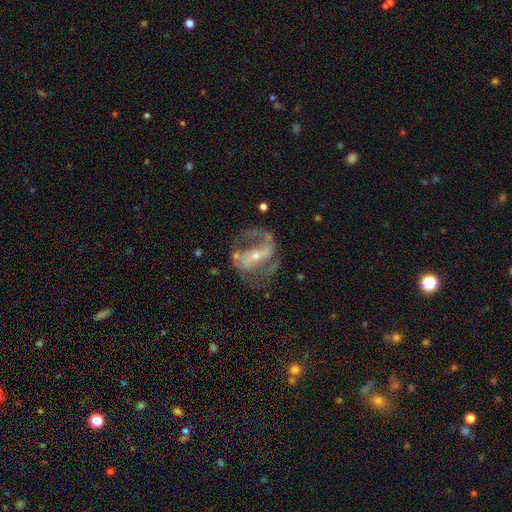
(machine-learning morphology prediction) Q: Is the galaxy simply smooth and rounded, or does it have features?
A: featured or disk — 85%.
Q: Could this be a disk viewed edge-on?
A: no — 96%.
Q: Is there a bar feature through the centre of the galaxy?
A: strong — 43%.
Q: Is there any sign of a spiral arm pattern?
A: yes — 89%.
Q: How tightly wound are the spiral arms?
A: medium — 51%.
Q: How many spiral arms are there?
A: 2 — 78%.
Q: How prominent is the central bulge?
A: small — 63%.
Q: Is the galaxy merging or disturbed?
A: none — 55%.